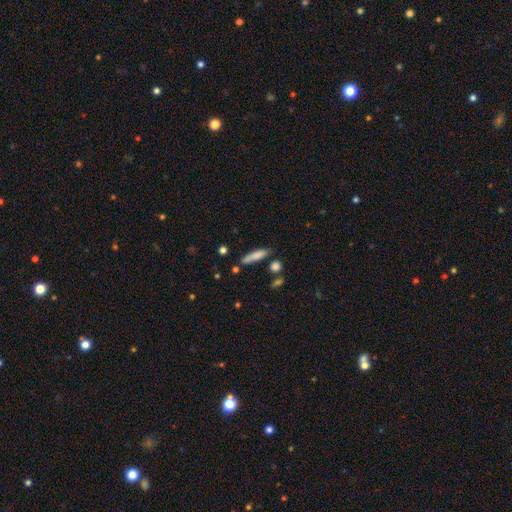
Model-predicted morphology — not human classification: A smooth galaxy with no disk features (79%) that is cigar-shaped (74%). Merging: none (72%).